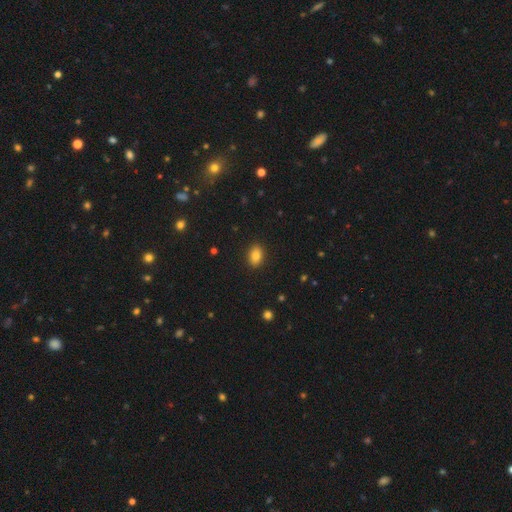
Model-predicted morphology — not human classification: The model was most divided on "how rounded": in between: 85%, round: 13%, cigar-shaped: 2%. More confident: merging — none (89%); smooth or featured — smooth (85%).